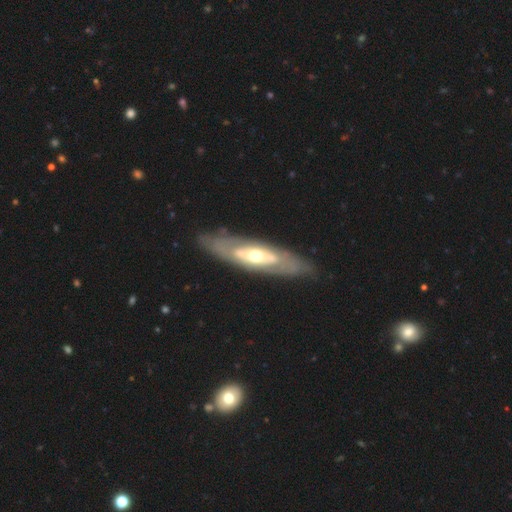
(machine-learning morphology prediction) Smooth or featured: featured or disk — 68% (smooth — 27%)
Edge-on disk: no — 74% (yes — 26%)
Bar: no — 82% (weak — 11%)
Spiral arms: no — 77% (yes — 23%)
Bulge size: moderate — 69% (large — 16%)
Merging: none — 81% (minor disturbance — 13%)